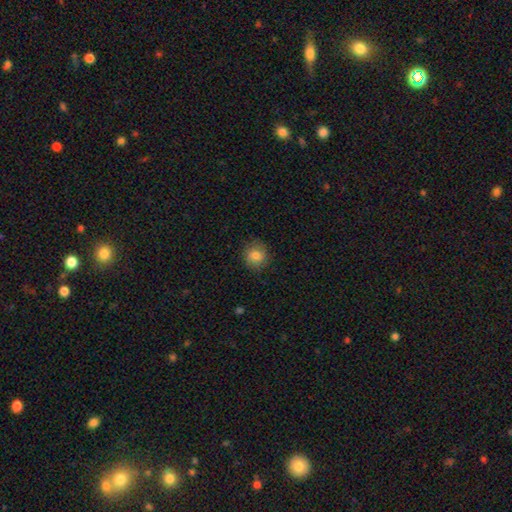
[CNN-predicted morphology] Smooth or featured: smooth — 82% (star or artifact — 9%)
How rounded: round — 85% (in between — 14%)
Merging: none — 85% (minor disturbance — 11%)